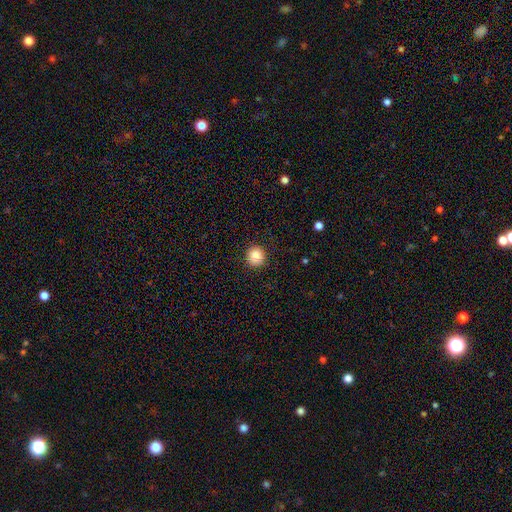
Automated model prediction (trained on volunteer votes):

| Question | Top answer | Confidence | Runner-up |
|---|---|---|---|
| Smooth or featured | smooth | 87% | star or artifact (9%) |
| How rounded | round | 92% | in between (7%) |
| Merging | none | 90% | minor disturbance (7%) |